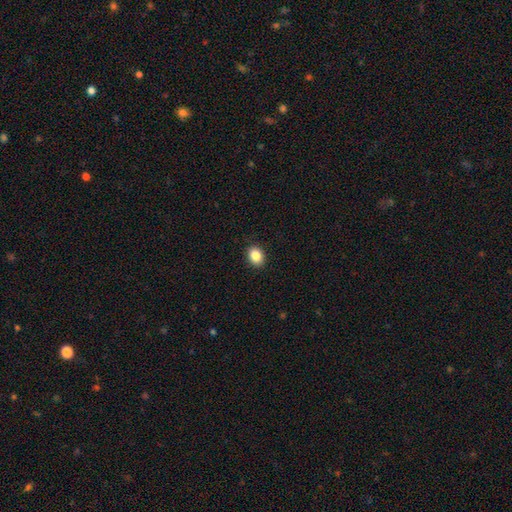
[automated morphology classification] Smooth or featured: smooth — 87% (star or artifact — 9%)
How rounded: in between — 64% (round — 35%)
Merging: none — 90% (minor disturbance — 7%)